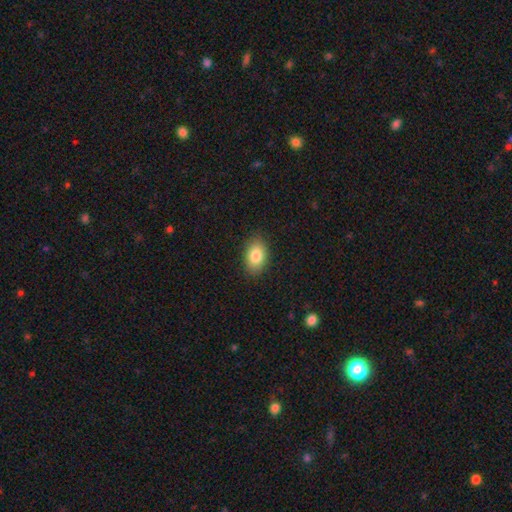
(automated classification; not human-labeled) smooth 84%, featured or disk 8%, star or artifact 8%. Down the decision tree: how rounded — in between (88%); merging — none (87%).